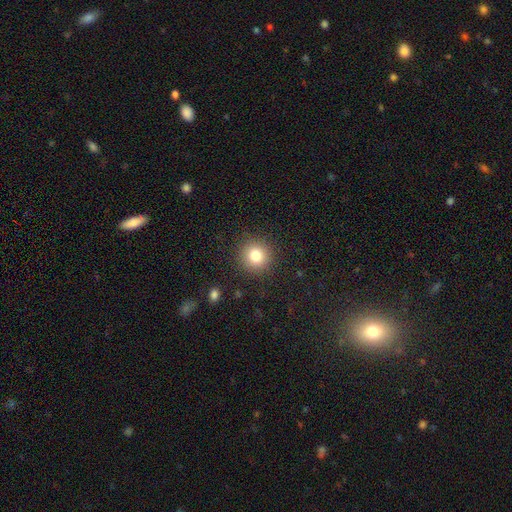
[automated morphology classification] This is clearly a smooth galaxy (80%). How rounded: clearly round (93%). Merging: clearly none (90%).